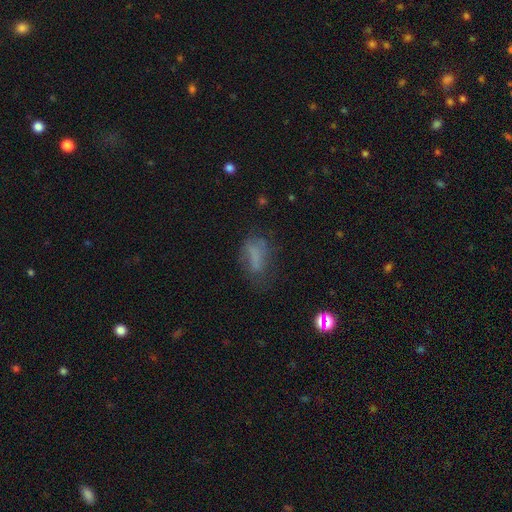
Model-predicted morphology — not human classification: type=smooth (59%); roundness=in between (80%); merging=none (46%).